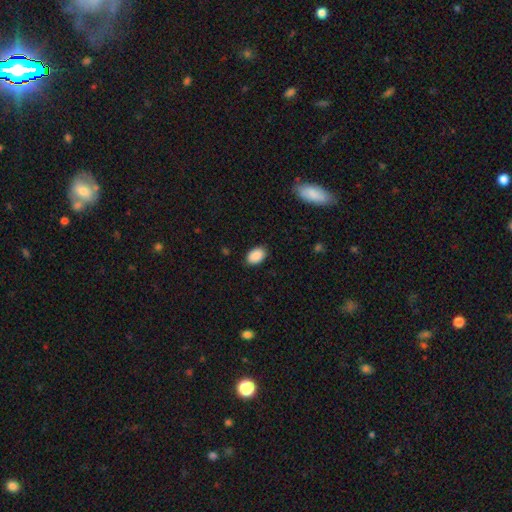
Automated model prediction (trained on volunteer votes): A smooth galaxy with no disk features (90%) that is in between round and cigar-shaped (87%).

Vote fractions:
- Smooth or featured? smooth: 90% / star or artifact: 7% / featured or disk: 3%
- How rounded? in between: 87% / round: 11% / cigar-shaped: 1%
- Merging? none: 87% / minor disturbance: 10% / major disturbance: 2% / merger: 1%